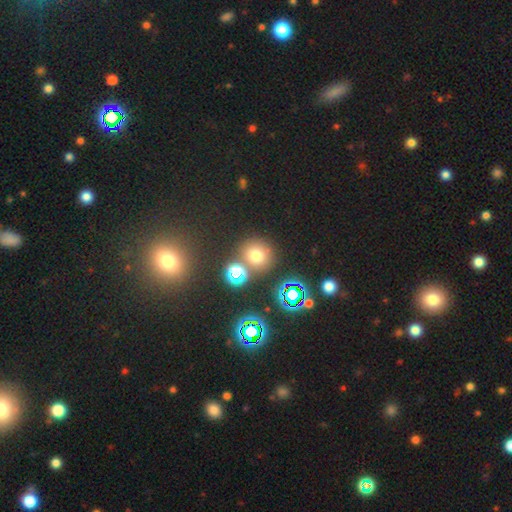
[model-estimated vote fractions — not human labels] A smooth galaxy with no disk features (64%) that is round (85%).

Vote fractions:
- Smooth or featured? smooth: 64% / star or artifact: 27% / featured or disk: 8%
- How rounded? round: 85% / in between: 14% / cigar-shaped: 1%
- Merging? none: 70% / merger: 17% / minor disturbance: 9% / major disturbance: 4%